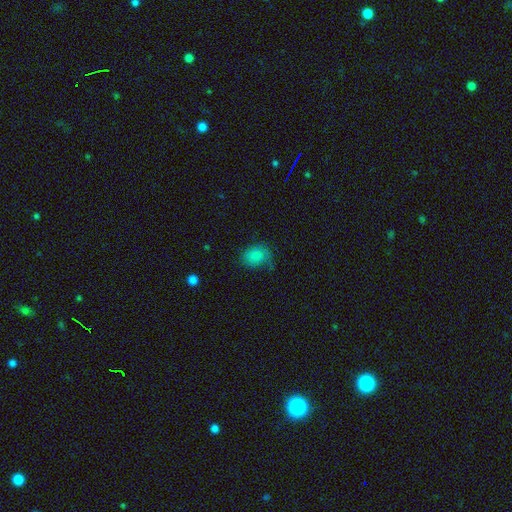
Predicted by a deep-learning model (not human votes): Smooth or featured?
  - smooth: 82% *
  - star or artifact: 10%
  - featured or disk: 9%
How rounded?
  - in between: 61% *
  - round: 38%
  - cigar-shaped: 1%
Merging?
  - none: 58% *
  - minor disturbance: 28%
  - major disturbance: 12%
  - merger: 3%